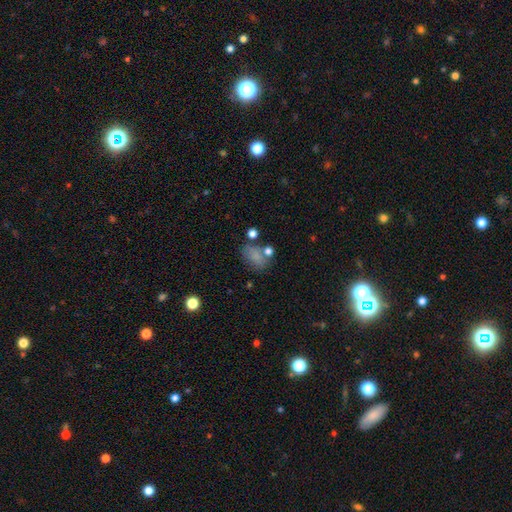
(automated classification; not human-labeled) This appears to be a smooth galaxy with no disk features (74%) that is in between round and cigar-shaped (77%). Merging: none (51%).